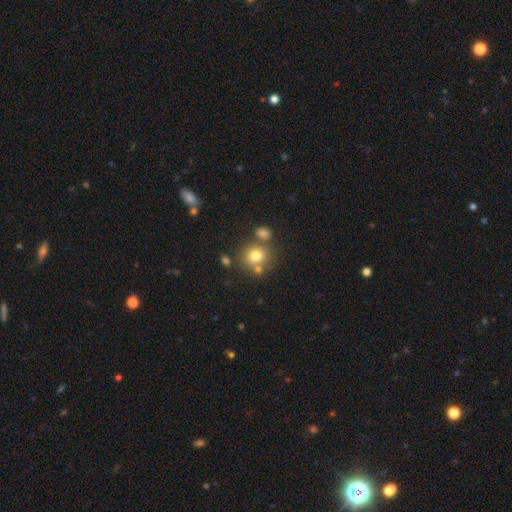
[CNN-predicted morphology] smooth-or-featured: smooth: 76% | star or artifact: 12% | featured or disk: 11%
  how-rounded: round: 83% | in between: 16% | cigar-shaped: 1%
  merging: none: 66% | merger: 19% | minor disturbance: 11% | major disturbance: 4%